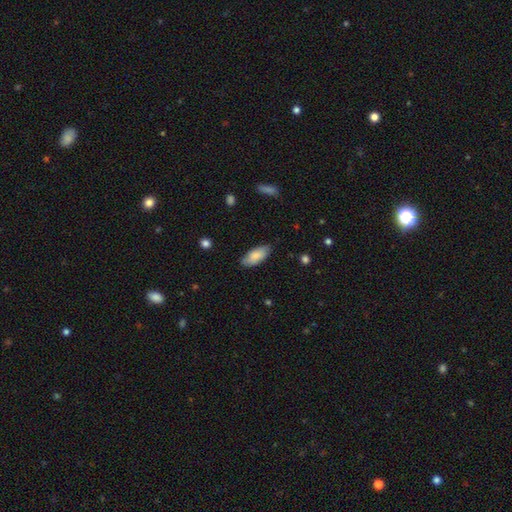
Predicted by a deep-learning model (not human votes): Q: Smooth or featured?
A: smooth (83%); runner-up: featured or disk (11%)
Q: How rounded?
A: in between (86%); runner-up: cigar-shaped (12%)
Q: Merging?
A: none (81%); runner-up: minor disturbance (15%)